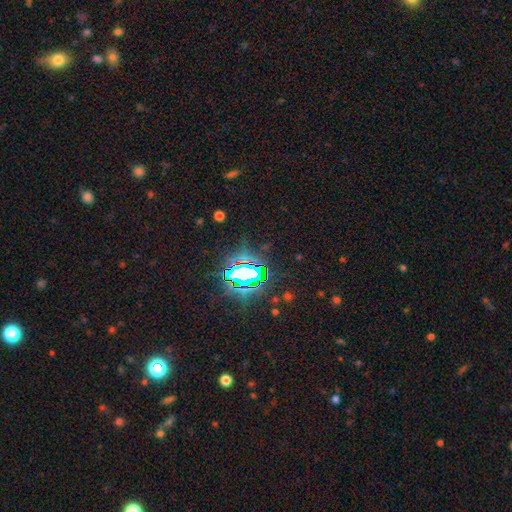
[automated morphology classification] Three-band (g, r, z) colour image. It shows a star or artifact, not a galaxy (82%).